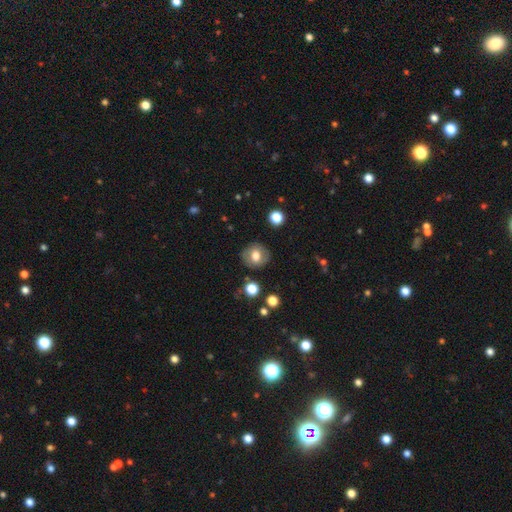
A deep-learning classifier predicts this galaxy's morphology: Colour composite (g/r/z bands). It shows a smooth galaxy with no disk features (65%) that is round (82%). Merging: none (84%).